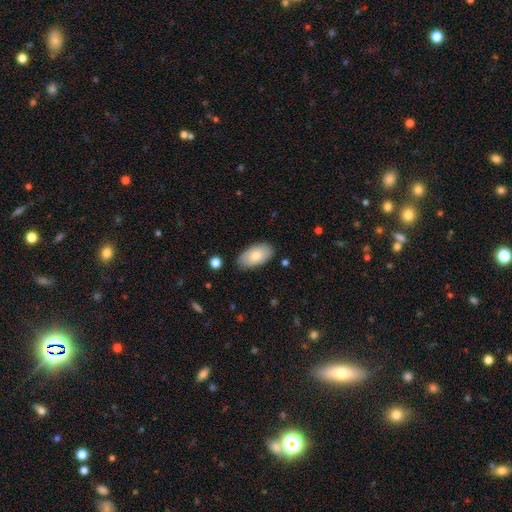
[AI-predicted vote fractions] Q: Smooth or featured?
A: smooth (77%); runner-up: featured or disk (17%)
Q: How rounded?
A: in between (95%); runner-up: round (3%)
Q: Merging?
A: none (84%); runner-up: minor disturbance (12%)